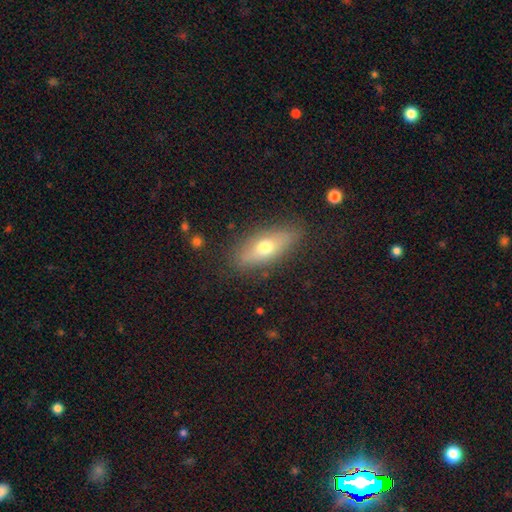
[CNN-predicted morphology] This appears to be a smooth galaxy with no disk features (49%). Merging: none (83%).